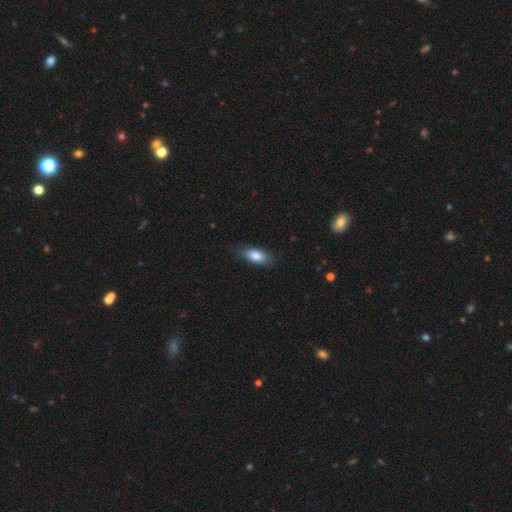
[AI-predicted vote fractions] Smooth or featured: smooth — 84% (featured or disk — 10%)
How rounded: in between — 84% (cigar-shaped — 13%)
Merging: none — 81% (minor disturbance — 15%)